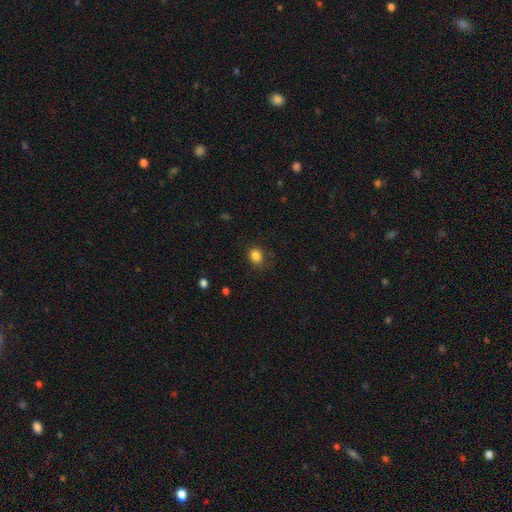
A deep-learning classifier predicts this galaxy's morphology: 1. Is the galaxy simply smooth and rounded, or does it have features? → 84% smooth, 11% star or artifact, 4% featured or disk.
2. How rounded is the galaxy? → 61% round, 38% in between, 1% cigar-shaped.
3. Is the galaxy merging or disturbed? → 79% none, 15% minor disturbance, 5% major disturbance, 1% merger.